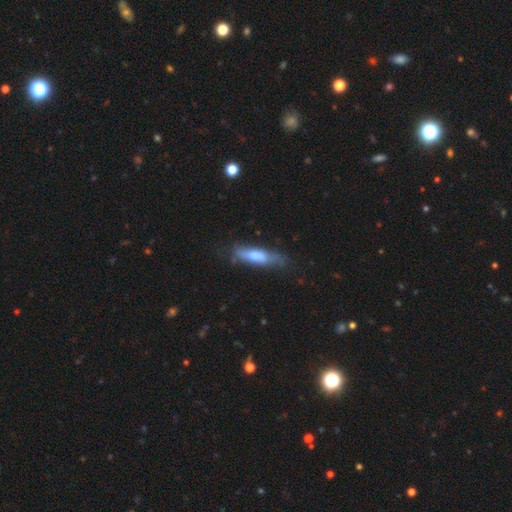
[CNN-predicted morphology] A smooth galaxy with no disk features (63%) that is cigar-shaped (66%).

Vote fractions:
- Smooth or featured? smooth: 63% / featured or disk: 30% / star or artifact: 6%
- How rounded? cigar-shaped: 66% / in between: 32% / round: 2%
- Merging? none: 55% / minor disturbance: 29% / major disturbance: 12% / merger: 3%